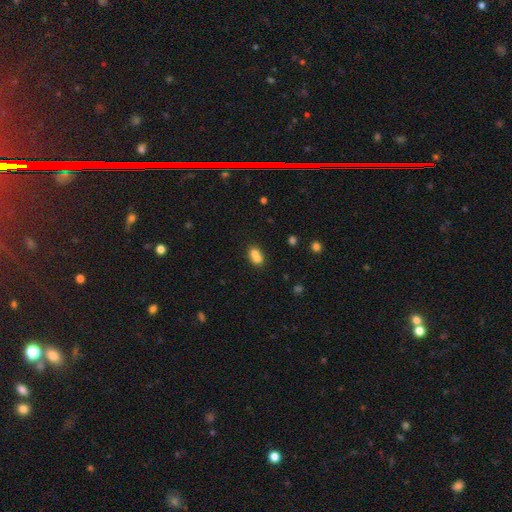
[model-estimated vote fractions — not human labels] Overall: smooth (71%). How rounded: round (56%; in between 42%). Merging: merger (64%; none 27%).